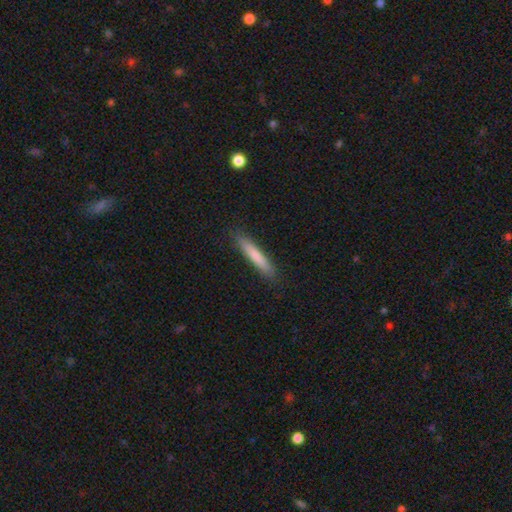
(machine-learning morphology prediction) smooth 78%, featured or disk 16%, star or artifact 6%. Down the decision tree: how rounded — cigar-shaped (92%); merging — none (89%).